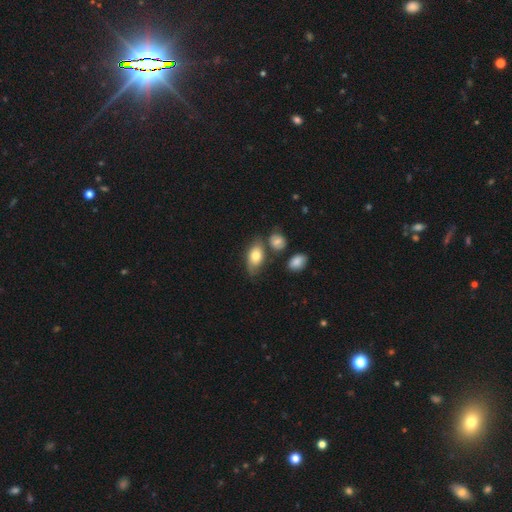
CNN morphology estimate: smooth-or-featured: smooth: 71% | featured or disk: 22% | star or artifact: 7%
  how-rounded: in between: 89% | round: 8% | cigar-shaped: 3%
  merging: none: 57% | minor disturbance: 24% | merger: 12% | major disturbance: 7%